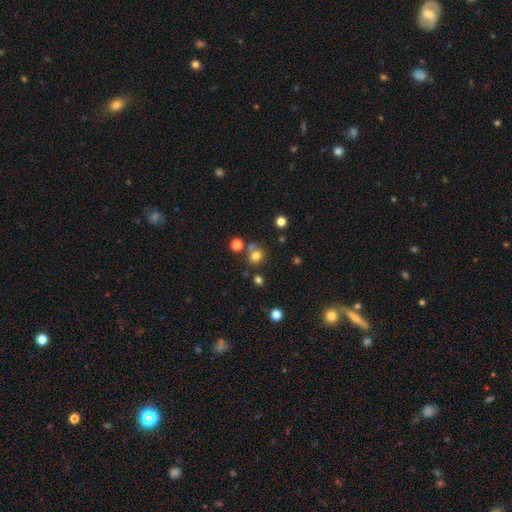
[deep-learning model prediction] Smooth or featured?
  - smooth: 74% *
  - star or artifact: 18%
  - featured or disk: 9%
How rounded?
  - round: 80% *
  - in between: 19%
  - cigar-shaped: 1%
Merging?
  - none: 66% *
  - merger: 20%
  - minor disturbance: 10%
  - major disturbance: 4%